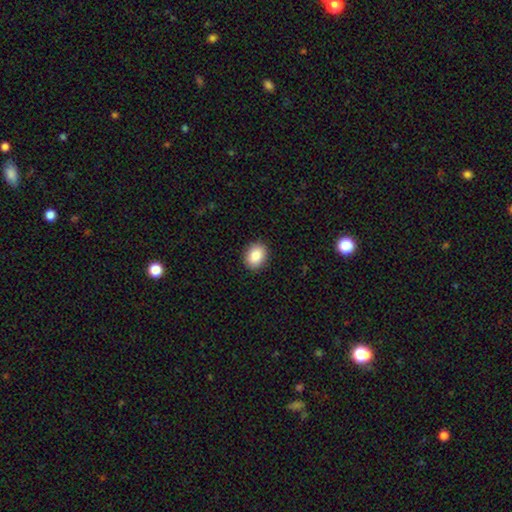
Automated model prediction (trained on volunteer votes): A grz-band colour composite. It shows a smooth galaxy with no disk features (87%) that is in between round and cigar-shaped (57%). Merging: none (91%).